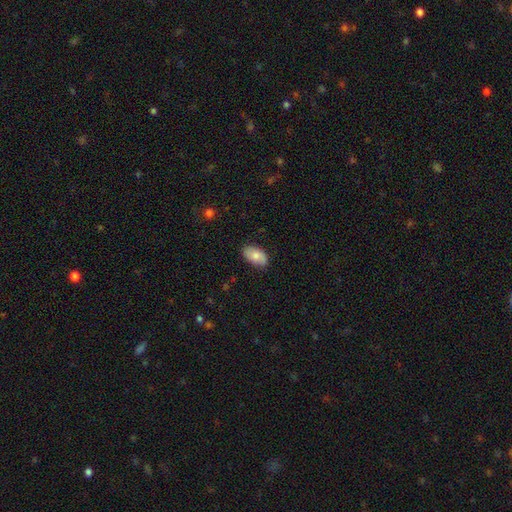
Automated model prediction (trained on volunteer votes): smooth-or-featured: smooth: 78% | featured or disk: 15% | star or artifact: 6%
  how-rounded: in between: 94% | round: 4% | cigar-shaped: 2%
  merging: none: 81% | minor disturbance: 15% | major disturbance: 2% | merger: 1%